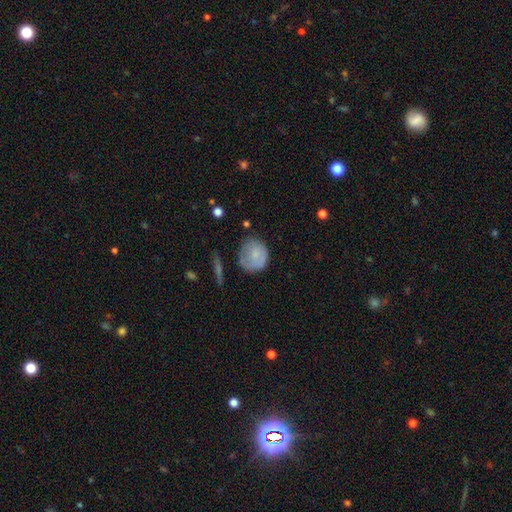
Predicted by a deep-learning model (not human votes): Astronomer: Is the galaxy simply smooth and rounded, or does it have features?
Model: smooth — 74%.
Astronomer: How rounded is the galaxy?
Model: round — 80%.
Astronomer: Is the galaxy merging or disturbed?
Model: none — 56%.